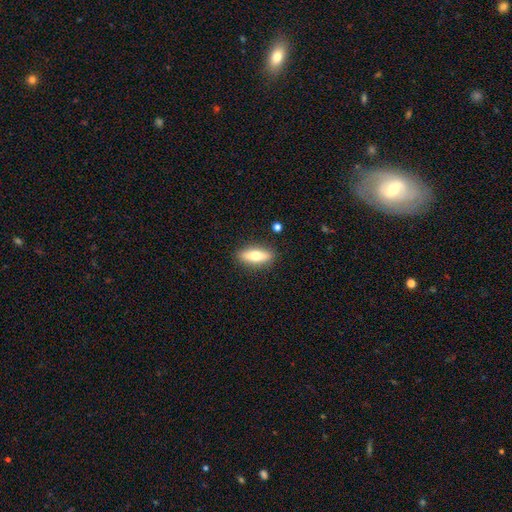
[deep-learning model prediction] Smooth or featured? smooth (60%)
How rounded? in between (55%)
Merging? none (88%)